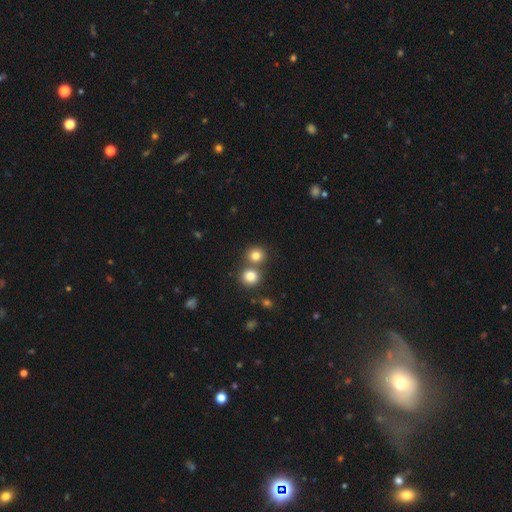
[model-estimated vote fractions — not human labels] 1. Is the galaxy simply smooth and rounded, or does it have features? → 81% smooth, 13% star or artifact, 7% featured or disk.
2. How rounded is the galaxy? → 86% round, 13% in between, 1% cigar-shaped.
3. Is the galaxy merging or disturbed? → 60% none, 31% merger, 7% minor disturbance, 2% major disturbance.